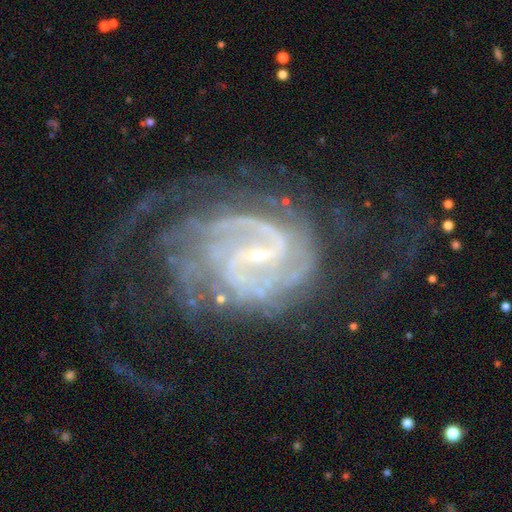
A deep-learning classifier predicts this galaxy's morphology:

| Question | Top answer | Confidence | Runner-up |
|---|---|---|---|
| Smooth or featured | featured or disk | 90% | star or artifact (6%) |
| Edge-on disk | no | 98% | yes (2%) |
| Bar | weak | 49% | strong (35%) |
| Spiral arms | yes | 97% | no (3%) |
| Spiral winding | medium | 43% | tight (41%) |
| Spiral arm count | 2 | 50% | can't tell (18%) |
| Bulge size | small | 82% | moderate (12%) |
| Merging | none | 46% | major disturbance (32%) |